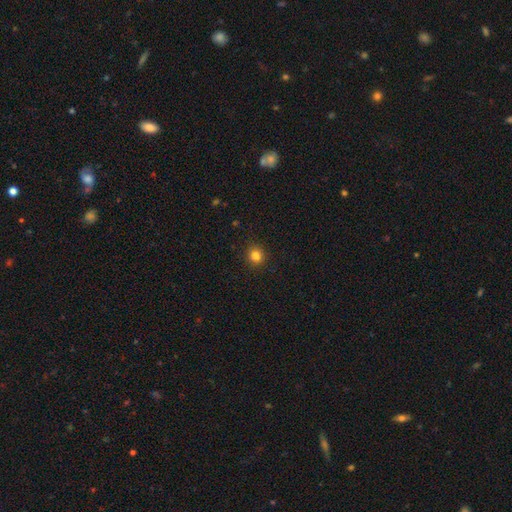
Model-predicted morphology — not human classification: The model was most divided on "smooth or featured": smooth: 83%, star or artifact: 13%, featured or disk: 4%. More confident: merging — none (91%); how rounded — round (89%).